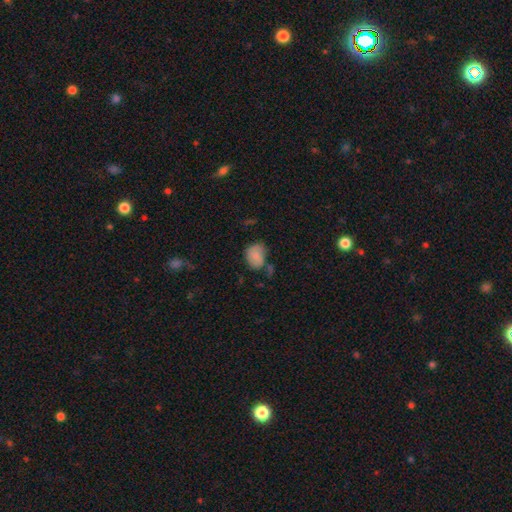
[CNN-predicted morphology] Smooth or featured: smooth — 81% (featured or disk — 9%)
How rounded: in between — 63% (round — 36%)
Merging: none — 48% (minor disturbance — 30%)